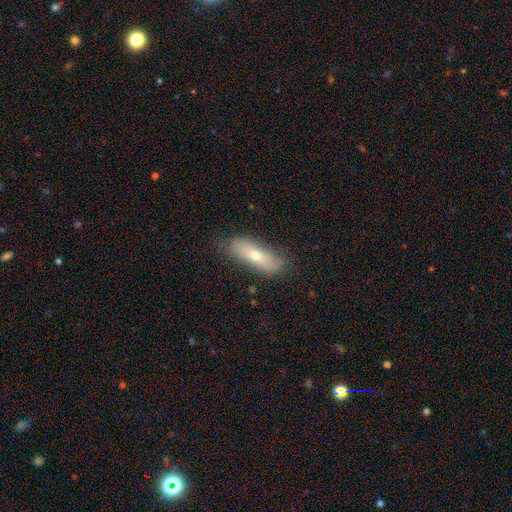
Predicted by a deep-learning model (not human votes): A smooth galaxy with no disk features (64%) that is in between round and cigar-shaped (56%).

Vote fractions:
- Smooth or featured? smooth: 64% / featured or disk: 29% / star or artifact: 7%
- How rounded? in between: 56% / cigar-shaped: 41% / round: 3%
- Merging? none: 75% / minor disturbance: 18% / major disturbance: 5% / merger: 1%